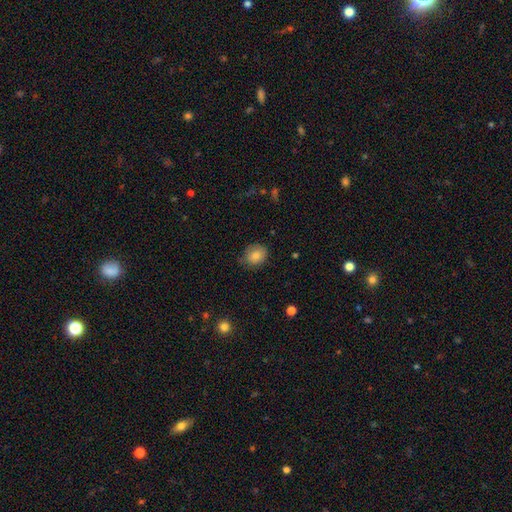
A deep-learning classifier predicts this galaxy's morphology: The model was most divided on "how rounded": round: 57%, in between: 42%, cigar-shaped: 1%. More confident: smooth or featured — smooth (83%); merging — none (68%).